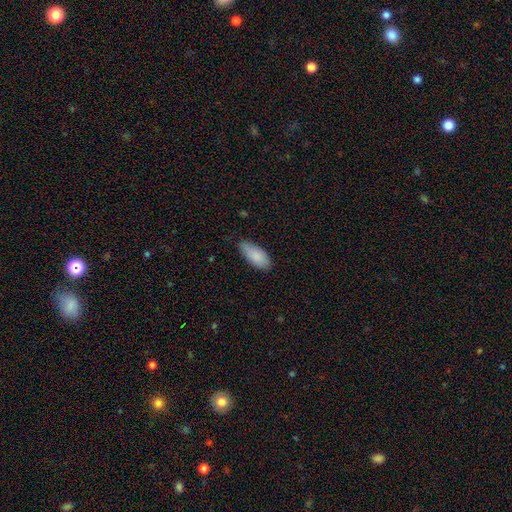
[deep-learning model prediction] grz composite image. It shows a smooth galaxy with no disk features (87%) that is in between round and cigar-shaped (88%). Merging: none (69%).